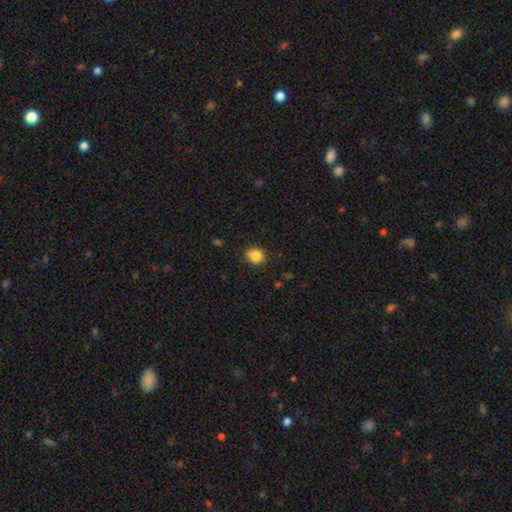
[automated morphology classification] Smooth or featured: smooth — 84% (star or artifact — 10%)
How rounded: round — 62% (in between — 37%)
Merging: none — 83% (minor disturbance — 13%)